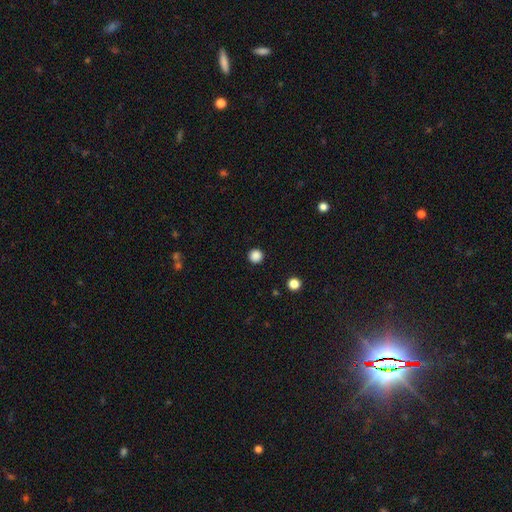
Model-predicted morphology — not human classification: This is clearly a smooth galaxy (86%). How rounded: clearly round (96%). Merging: clearly none (93%).